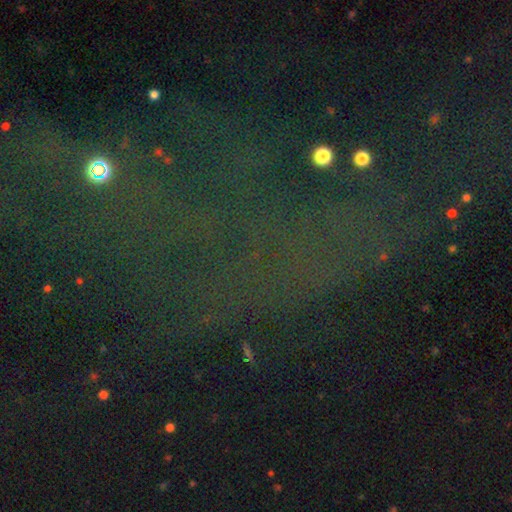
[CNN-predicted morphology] Smooth or featured: star or artifact — 71% (smooth — 15%)